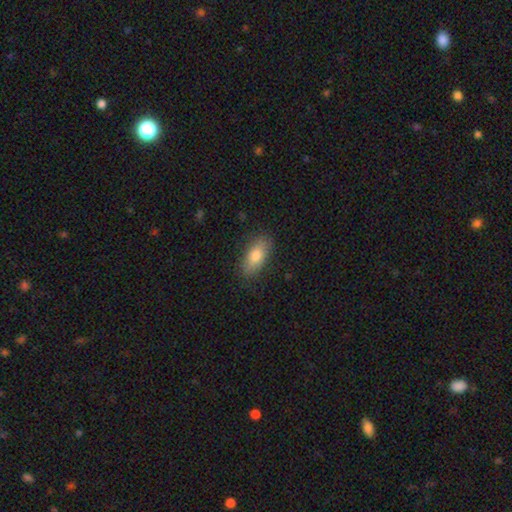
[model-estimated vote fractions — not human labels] A smooth galaxy with no disk features (78%) that is in between round and cigar-shaped (87%).

Vote fractions:
- Smooth or featured? smooth: 78% / featured or disk: 15% / star or artifact: 7%
- How rounded? in between: 87% / cigar-shaped: 9% / round: 4%
- Merging? none: 83% / minor disturbance: 13% / major disturbance: 3% / merger: 1%